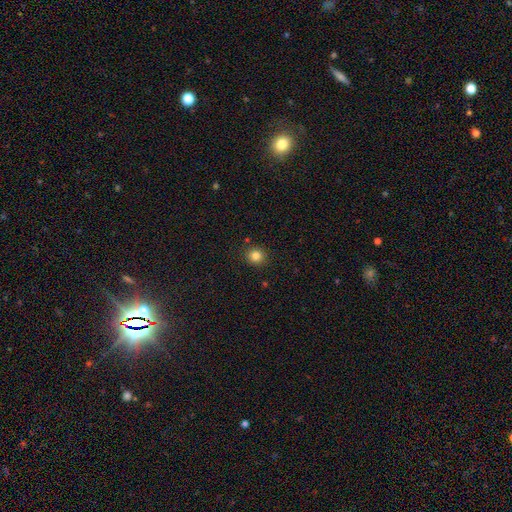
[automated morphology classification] A smooth galaxy with no disk features (83%) that is round (88%). Merging: none (89%).